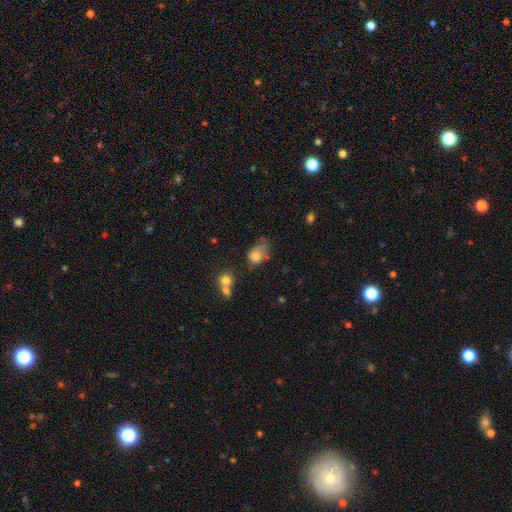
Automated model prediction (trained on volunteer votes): smooth-or-featured: smooth: 75% | featured or disk: 14% | star or artifact: 11%
  how-rounded: in between: 70% | round: 29% | cigar-shaped: 1%
  merging: minor disturbance: 31% (tied) | major disturbance: 31% (tied) | none: 24% | merger: 13%